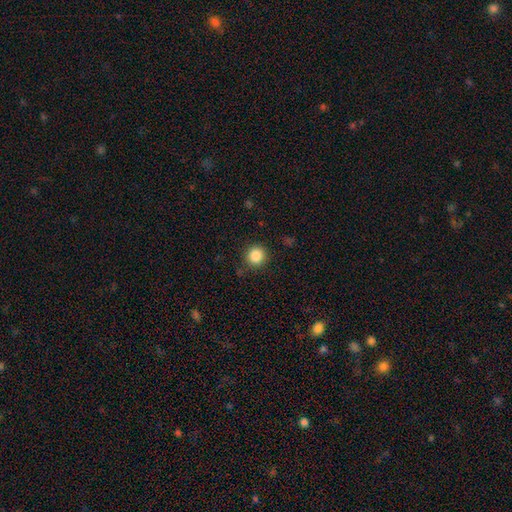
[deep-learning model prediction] A smooth galaxy with no disk features (87%) that is round (93%). Merging: none (88%).